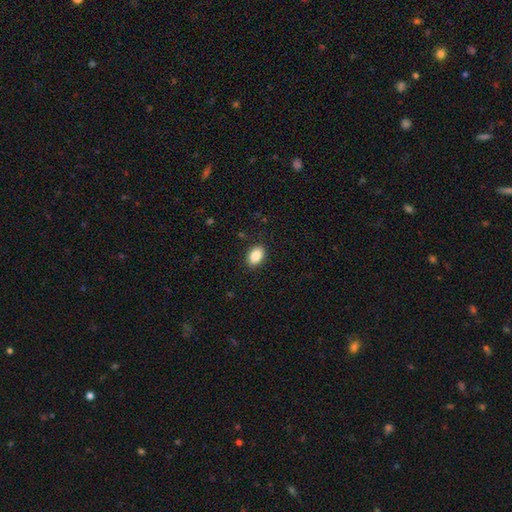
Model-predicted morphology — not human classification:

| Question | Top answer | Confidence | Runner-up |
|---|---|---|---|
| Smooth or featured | smooth | 88% | star or artifact (8%) |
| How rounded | in between | 87% | round (12%) |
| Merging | none | 89% | minor disturbance (8%) |